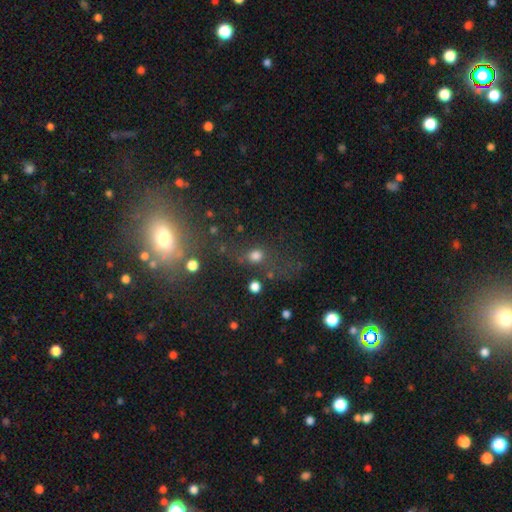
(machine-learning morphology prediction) A smooth galaxy with no disk features (63%) that is round (66%).

Vote fractions:
- Smooth or featured? smooth: 63% / star or artifact: 24% / featured or disk: 13%
- How rounded? round: 66% / in between: 29% / cigar-shaped: 4%
- Merging? none: 54% / major disturbance: 17% / minor disturbance: 16% / merger: 13%